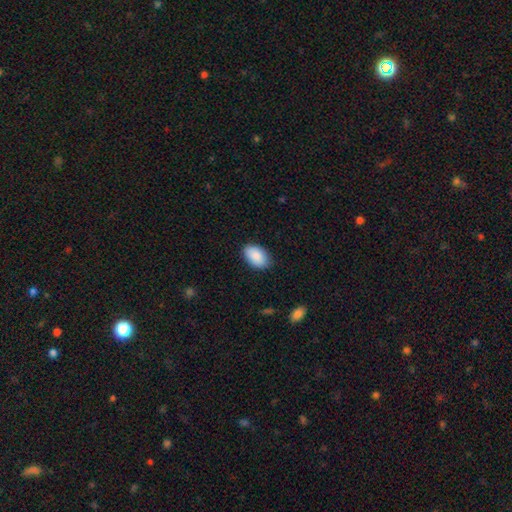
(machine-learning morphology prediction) type=smooth (89%); roundness=in between (92%); merging=none (85%).